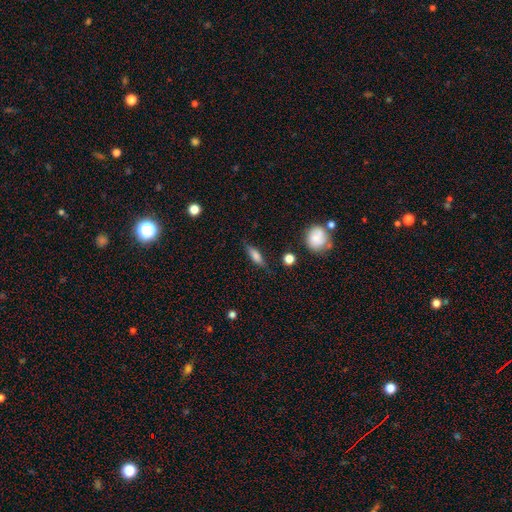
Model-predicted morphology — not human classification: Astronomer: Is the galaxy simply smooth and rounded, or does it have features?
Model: smooth — 68%.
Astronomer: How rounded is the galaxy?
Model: in between — 50% (runner-up: cigar-shaped, 46%).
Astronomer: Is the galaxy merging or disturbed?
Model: none — 77%.